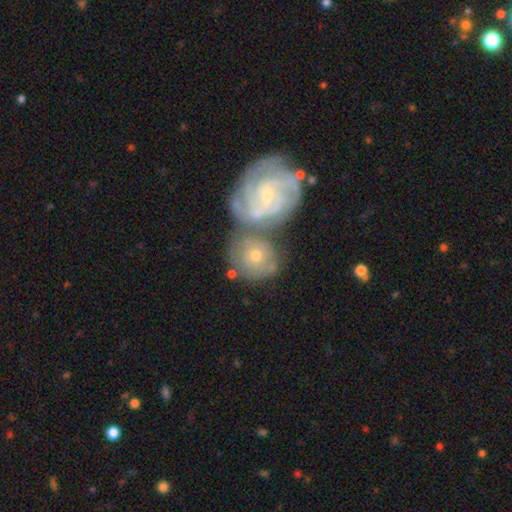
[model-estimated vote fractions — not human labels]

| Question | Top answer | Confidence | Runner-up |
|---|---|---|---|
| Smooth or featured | featured or disk | 68% | smooth (26%) |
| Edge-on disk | no | 97% | yes (3%) |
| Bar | no | 67% | weak (27%) |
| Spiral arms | yes | 89% | no (11%) |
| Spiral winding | tight | 68% | medium (27%) |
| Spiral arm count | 3 | 36% | can't tell (27%) |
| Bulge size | small | 59% | moderate (37%) |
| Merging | merger | 42% | tied: none (42%) |